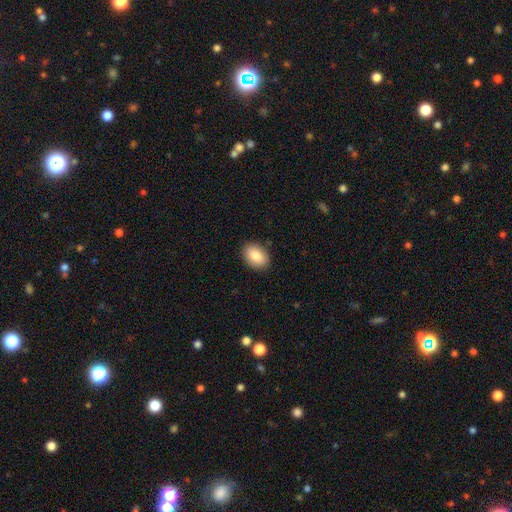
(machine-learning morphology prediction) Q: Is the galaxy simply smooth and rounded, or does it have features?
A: smooth — 85%.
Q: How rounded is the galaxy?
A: in between — 80%.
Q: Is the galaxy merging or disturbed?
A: none — 88%.